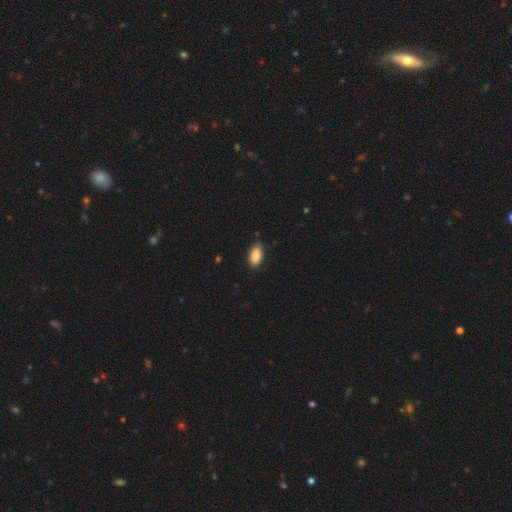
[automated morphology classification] Smooth or featured?
  - smooth: 88% *
  - star or artifact: 7%
  - featured or disk: 5%
How rounded?
  - in between: 92% *
  - cigar-shaped: 5%
  - round: 3%
Merging?
  - none: 87% *
  - minor disturbance: 10%
  - major disturbance: 2%
  - merger: 1%